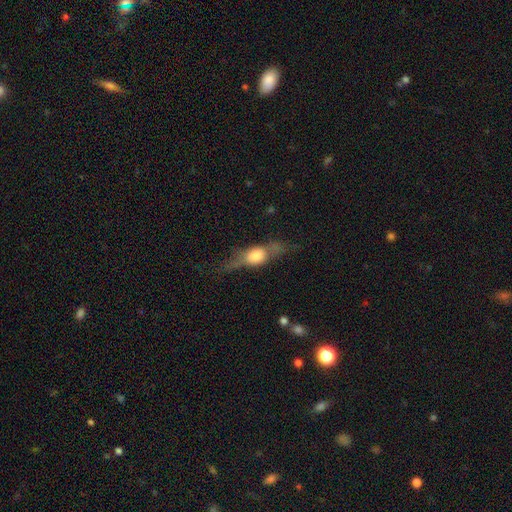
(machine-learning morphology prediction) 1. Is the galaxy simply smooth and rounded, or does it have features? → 58% featured or disk, 34% smooth, 8% star or artifact.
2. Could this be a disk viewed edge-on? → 89% yes, 11% no.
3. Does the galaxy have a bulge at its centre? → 89% rounded, 9% boxy, 2% none.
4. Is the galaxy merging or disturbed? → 64% none, 20% minor disturbance, 14% major disturbance, 3% merger.